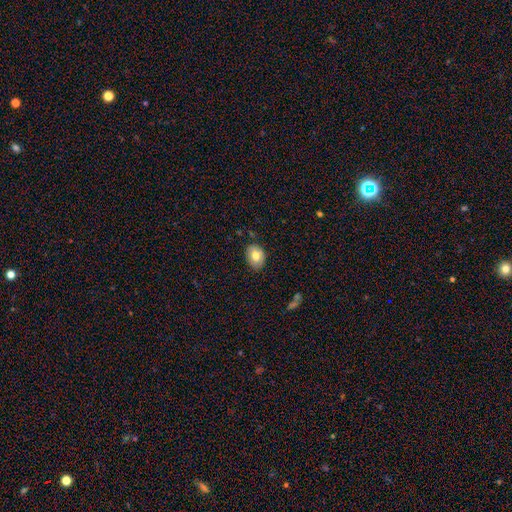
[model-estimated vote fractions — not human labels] This appears to be a smooth galaxy with no disk features (76%) that is in between round and cigar-shaped (71%). Merging: none (83%).